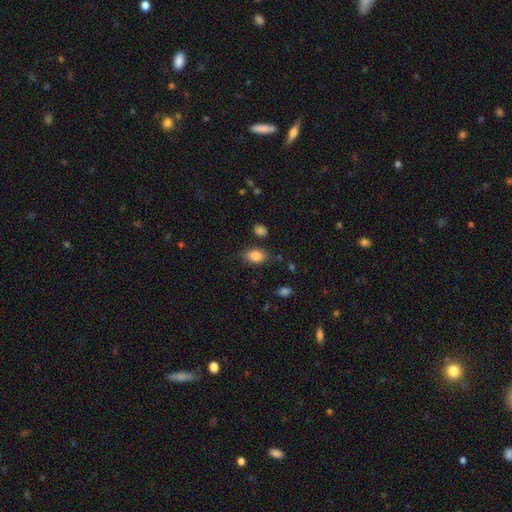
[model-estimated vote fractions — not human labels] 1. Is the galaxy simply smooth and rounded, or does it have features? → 83% smooth, 9% star or artifact, 9% featured or disk.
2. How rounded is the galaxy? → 81% in between, 18% round, 2% cigar-shaped.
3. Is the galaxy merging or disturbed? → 78% none, 15% minor disturbance, 4% major disturbance, 3% merger.